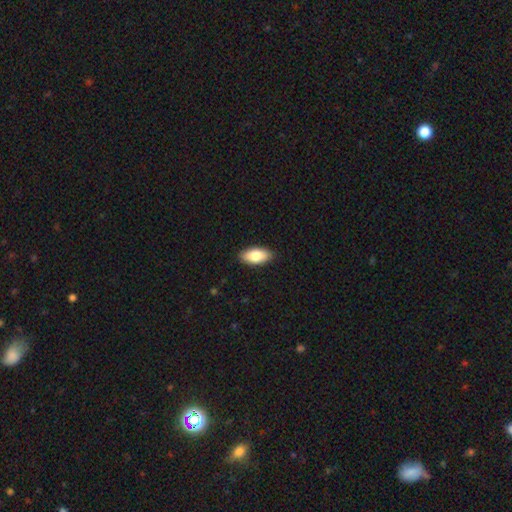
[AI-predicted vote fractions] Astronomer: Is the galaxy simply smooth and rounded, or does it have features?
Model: smooth — 84%.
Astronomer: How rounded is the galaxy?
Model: in between — 91%.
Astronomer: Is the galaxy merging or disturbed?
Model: none — 89%.